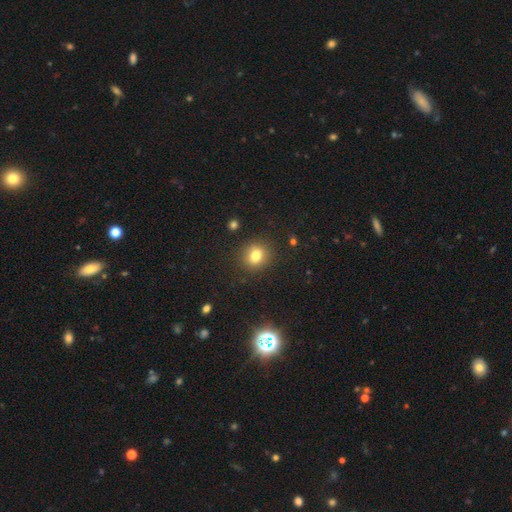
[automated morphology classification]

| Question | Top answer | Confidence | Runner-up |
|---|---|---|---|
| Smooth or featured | smooth | 79% | star or artifact (14%) |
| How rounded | round | 80% | in between (19%) |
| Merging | none | 89% | minor disturbance (7%) |